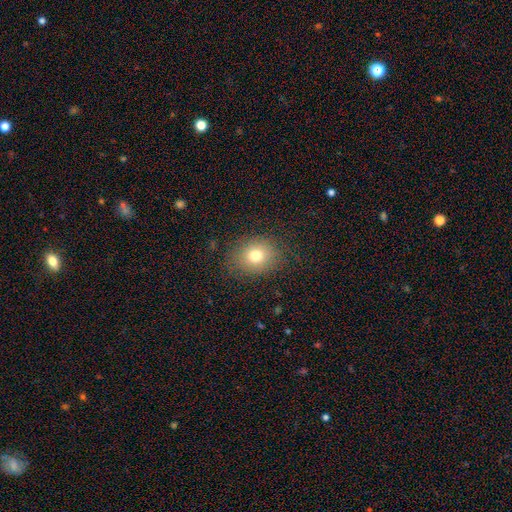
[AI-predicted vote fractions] This appears to be a smooth galaxy with no disk features (75%) that is round (56%). Merging: none (82%).